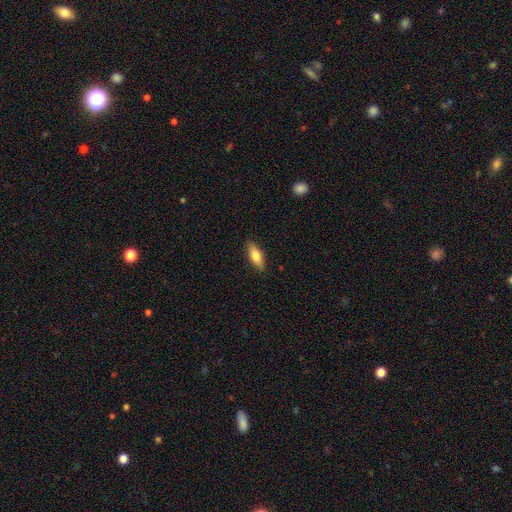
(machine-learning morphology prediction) smooth 71%, featured or disk 22%, star or artifact 6%. Down the decision tree: how rounded — in between (68%); merging — none (87%).